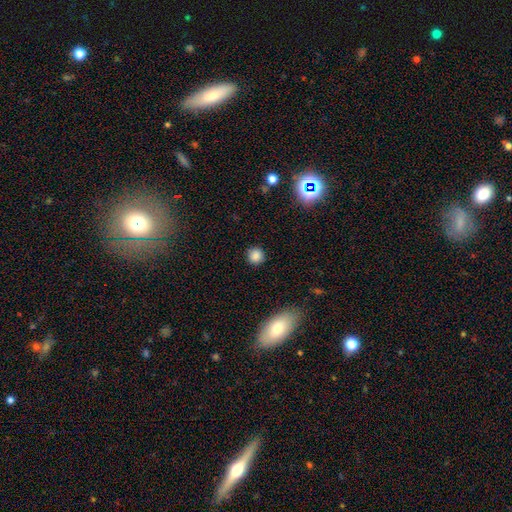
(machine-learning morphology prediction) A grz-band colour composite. It shows a smooth galaxy with no disk features (84%) that is round (92%). Merging: none (89%).